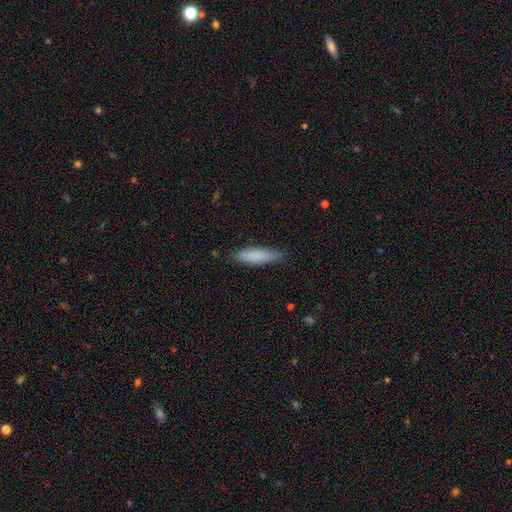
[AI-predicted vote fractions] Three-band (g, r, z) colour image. It shows a smooth galaxy with no disk features (83%) that is cigar-shaped (76%). Merging: none (86%).